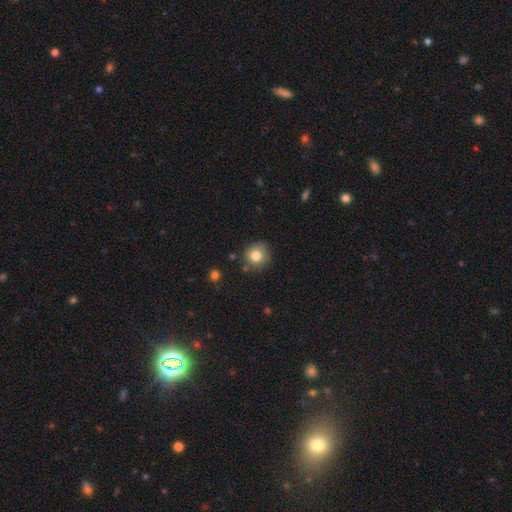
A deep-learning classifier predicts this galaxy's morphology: This appears to be a smooth galaxy with no disk features (80%) that is round (89%). Merging: none (80%).